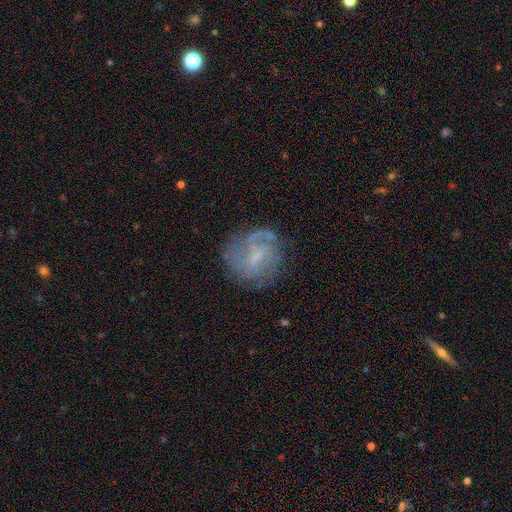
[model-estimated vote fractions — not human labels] Q: Smooth or featured?
A: featured or disk (64%); runner-up: smooth (26%)
Q: Edge-on disk?
A: no (97%); runner-up: yes (3%)
Q: Bar?
A: weak (51%); runner-up: no (39%)
Q: Spiral arms?
A: yes (68%); runner-up: no (32%)
Q: Bulge size?
A: small (46%); runner-up: none (27%)
Q: Merging?
A: none (62%); runner-up: minor disturbance (20%)